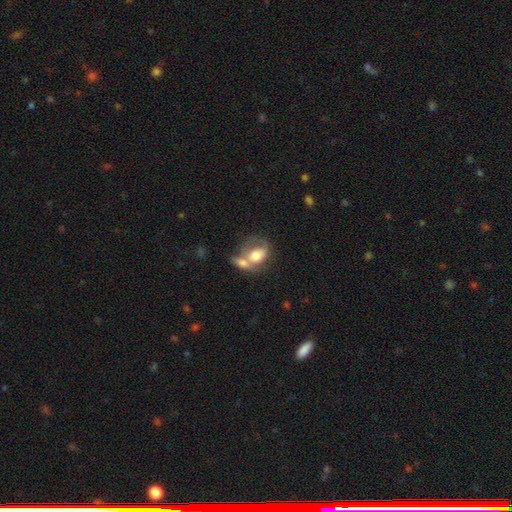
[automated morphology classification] The model was most divided on "smooth or featured": smooth: 54%, featured or disk: 38%, star or artifact: 7%. More confident: how rounded — in between (64%); merging — merger (61%).